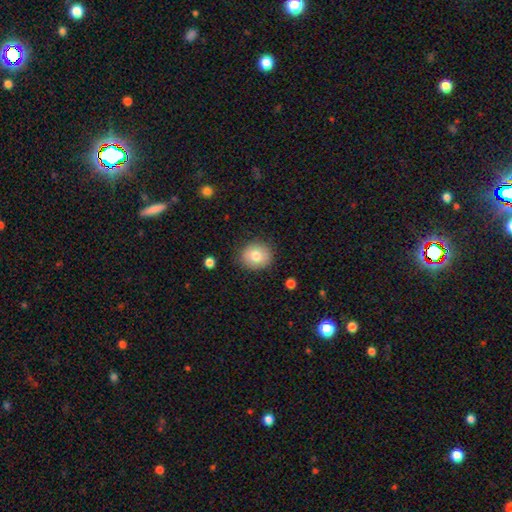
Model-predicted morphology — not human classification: smooth 78%, featured or disk 13%, star or artifact 9%. Down the decision tree: how rounded — round (80%); merging — none (86%).